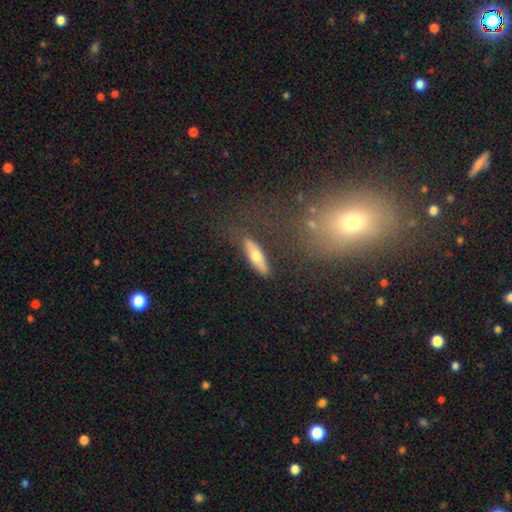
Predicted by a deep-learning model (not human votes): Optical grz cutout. It shows a smooth galaxy with no disk features (58%) that is cigar-shaped (58%). Merging: none (78%).